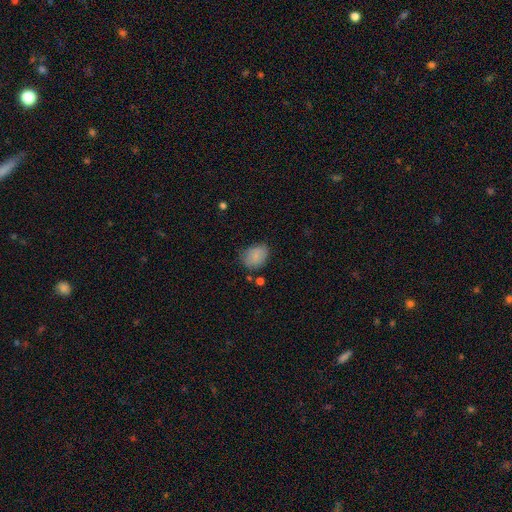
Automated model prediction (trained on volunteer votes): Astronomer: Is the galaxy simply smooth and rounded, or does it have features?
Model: smooth — 82%.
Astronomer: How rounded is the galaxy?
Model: in between — 64%.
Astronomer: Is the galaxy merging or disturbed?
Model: none — 64%.